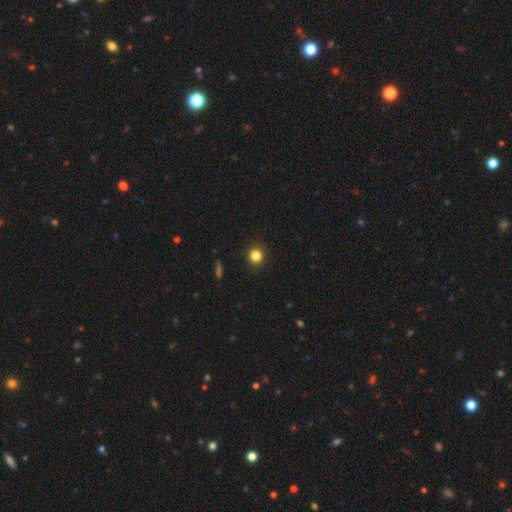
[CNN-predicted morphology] The model was most divided on "smooth or featured": smooth: 83%, star or artifact: 12%, featured or disk: 5%. More confident: merging — none (91%); how rounded — round (89%).